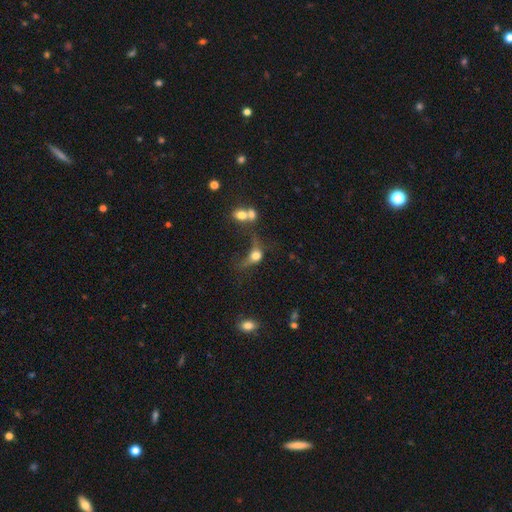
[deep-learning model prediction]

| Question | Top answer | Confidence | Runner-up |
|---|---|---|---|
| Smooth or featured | smooth | 59% | featured or disk (27%) |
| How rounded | in between | 51% | round (43%) |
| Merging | major disturbance | 40% | none (22%) |